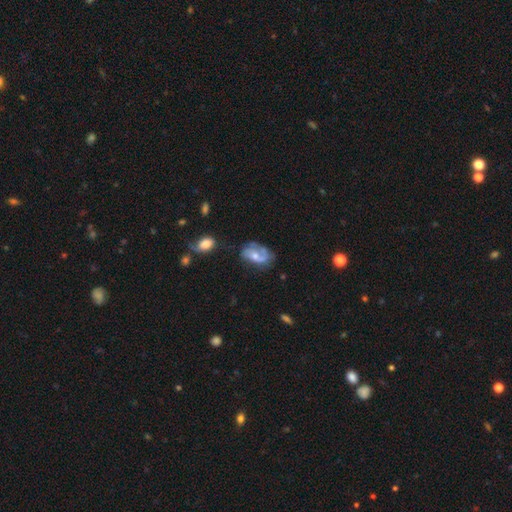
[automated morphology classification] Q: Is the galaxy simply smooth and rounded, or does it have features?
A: featured or disk — 62%.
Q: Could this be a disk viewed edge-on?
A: no — 96%.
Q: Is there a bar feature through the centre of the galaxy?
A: no — 67%.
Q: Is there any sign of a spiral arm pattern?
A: yes — 76%.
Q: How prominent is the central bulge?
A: moderate — 53%.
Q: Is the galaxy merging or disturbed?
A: none — 42%.